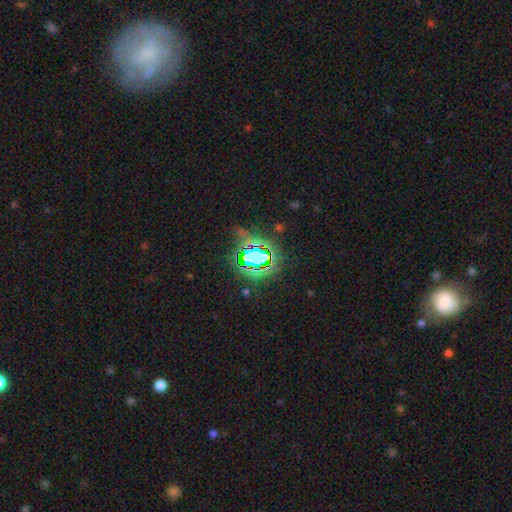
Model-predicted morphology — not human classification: This is likely a star or artifact rather than a galaxy (77%).